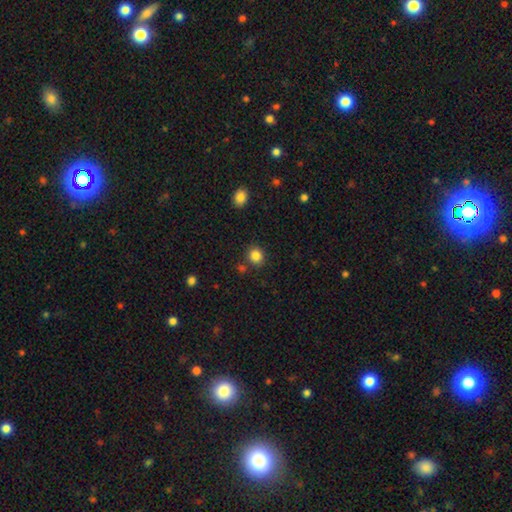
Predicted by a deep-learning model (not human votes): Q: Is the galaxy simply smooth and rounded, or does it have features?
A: smooth — 85%.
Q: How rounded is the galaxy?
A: round — 81%.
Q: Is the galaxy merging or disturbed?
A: none — 82%.